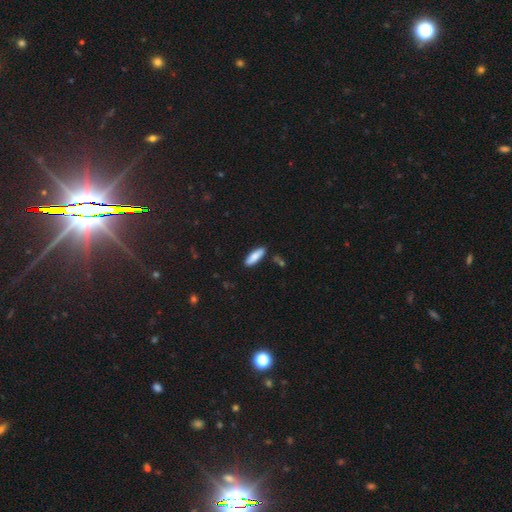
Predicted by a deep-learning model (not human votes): Q: Smooth or featured?
A: smooth (85%); runner-up: featured or disk (9%)
Q: How rounded?
A: in between (49%); tied with: cigar-shaped (49%)
Q: Merging?
A: none (84%); runner-up: minor disturbance (11%)